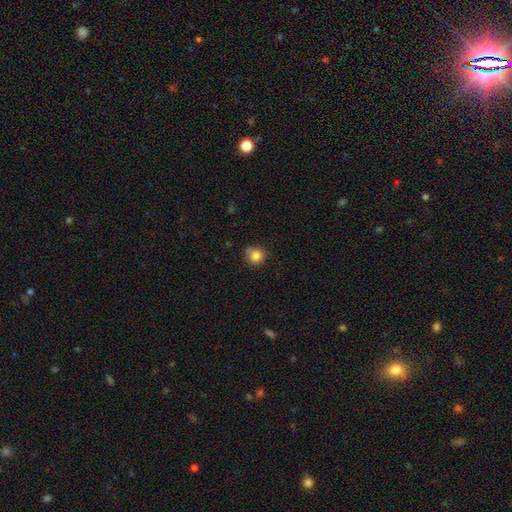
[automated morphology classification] type=smooth (83%); roundness=round (90%); merging=none (72%).